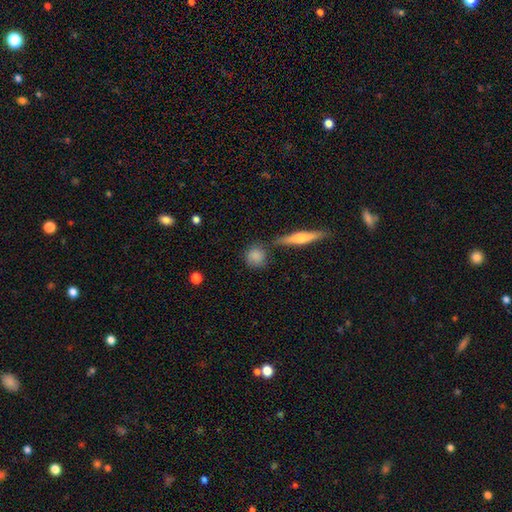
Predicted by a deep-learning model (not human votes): Q: Smooth or featured?
A: smooth (82%); runner-up: featured or disk (9%)
Q: How rounded?
A: round (83%); runner-up: in between (13%)
Q: Merging?
A: none (72%); runner-up: minor disturbance (14%)